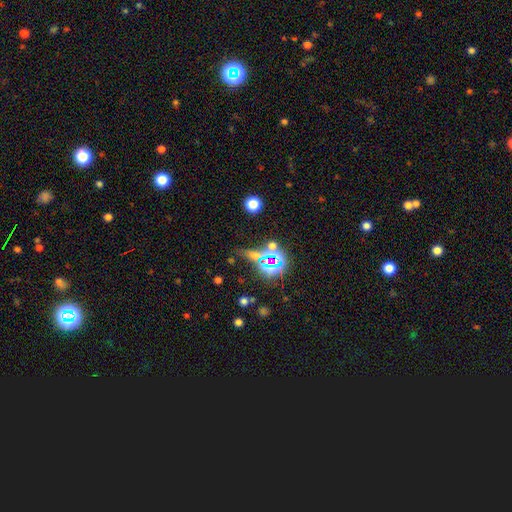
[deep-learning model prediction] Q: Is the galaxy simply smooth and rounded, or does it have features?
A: star or artifact — 59%.